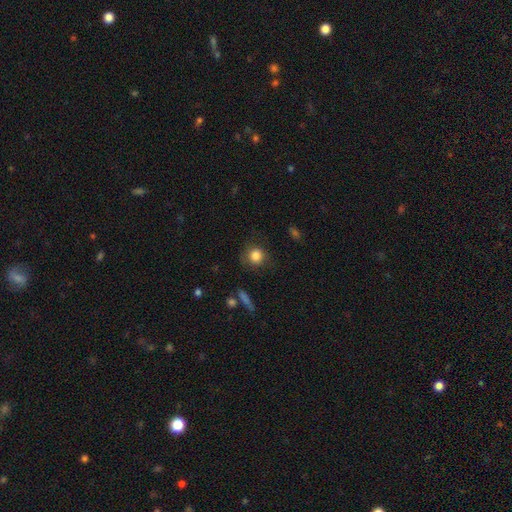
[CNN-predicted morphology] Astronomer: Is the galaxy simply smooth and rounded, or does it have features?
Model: smooth — 83%.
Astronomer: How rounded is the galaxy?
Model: round — 87%.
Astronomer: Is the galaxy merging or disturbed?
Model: none — 76%.